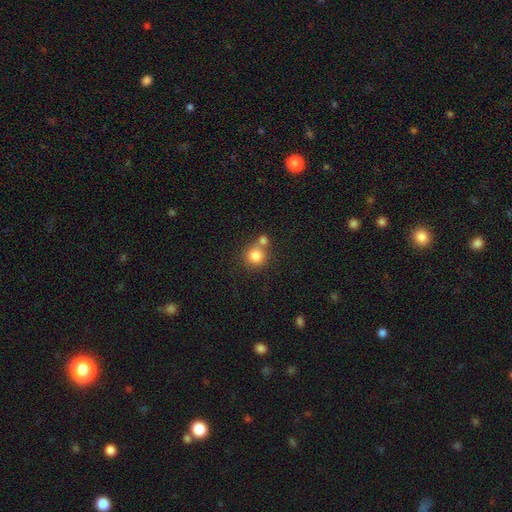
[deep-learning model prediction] smooth 81%, star or artifact 11%, featured or disk 8%. Down the decision tree: how rounded — round (89%); merging — none (53%).